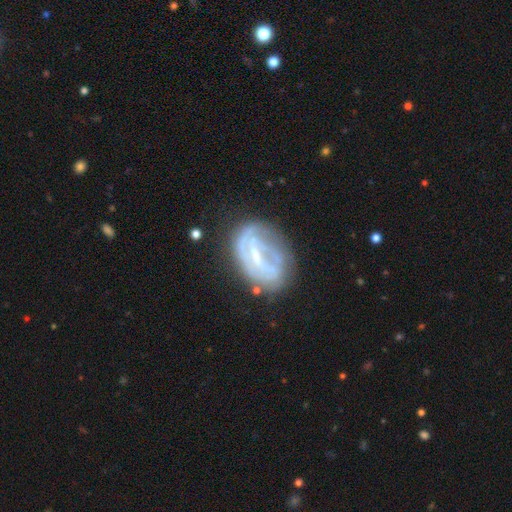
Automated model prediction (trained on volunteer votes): Smooth or featured: featured or disk — 74% (smooth — 18%)
Edge-on disk: no — 95% (yes — 5%)
Bar: strong — 45% (weak — 38%)
Spiral arms: yes — 63% (no — 37%)
Bulge size: small — 56% (moderate — 23%)
Merging: none — 59% (minor disturbance — 23%)